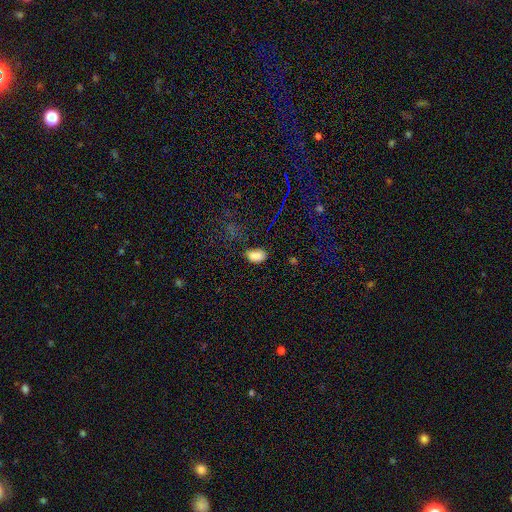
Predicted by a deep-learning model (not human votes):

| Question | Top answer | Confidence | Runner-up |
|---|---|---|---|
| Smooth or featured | smooth | 73% | star or artifact (18%) |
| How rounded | in between | 86% | round (12%) |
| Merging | none | 57% | minor disturbance (22%) |